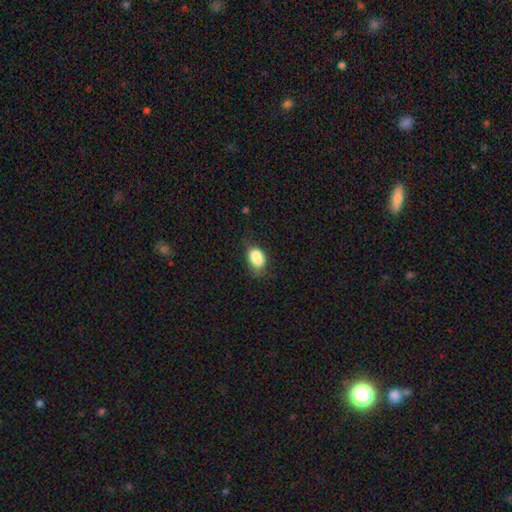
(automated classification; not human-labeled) This is clearly a smooth galaxy (84%). How rounded: clearly in between (81%). Merging: possibly none (55%).